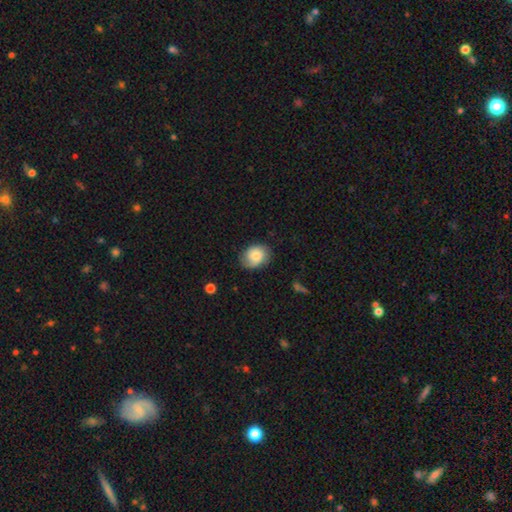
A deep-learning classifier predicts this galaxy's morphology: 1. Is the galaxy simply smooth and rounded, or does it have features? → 63% smooth, 29% featured or disk, 8% star or artifact.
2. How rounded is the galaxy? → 50% round, 49% in between, 1% cigar-shaped.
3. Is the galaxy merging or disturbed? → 68% none, 23% minor disturbance, 7% major disturbance, 1% merger.